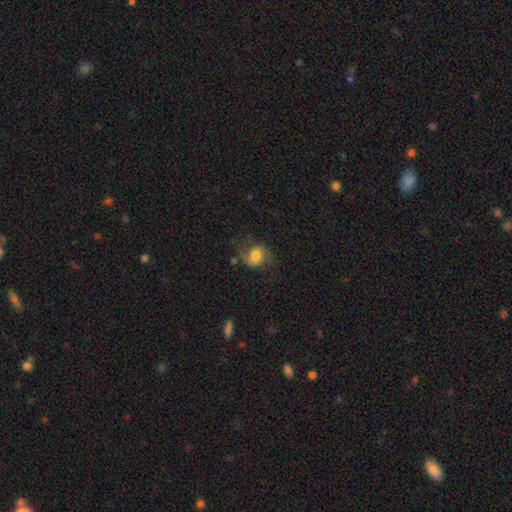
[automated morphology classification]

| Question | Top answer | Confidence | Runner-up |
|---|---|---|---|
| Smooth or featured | smooth | 47% | featured or disk (44%) |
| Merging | none | 60% | minor disturbance (22%) |